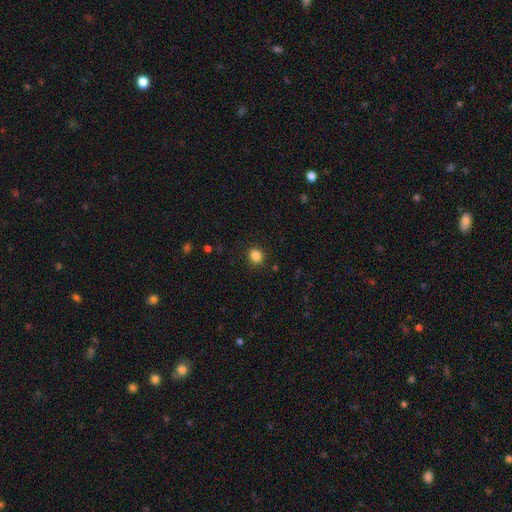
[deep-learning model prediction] This is clearly a smooth galaxy (85%). How rounded: likely round (75%). Merging: clearly none (90%).